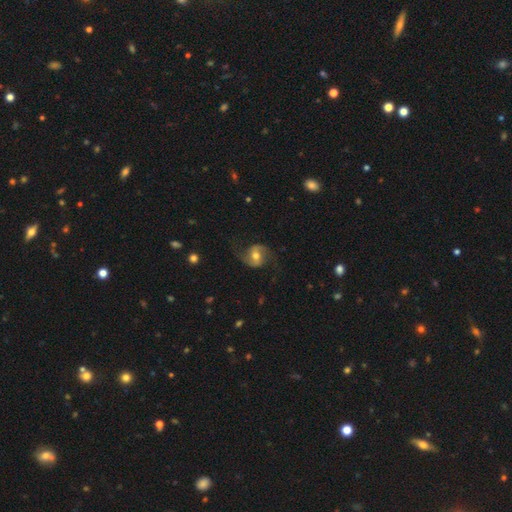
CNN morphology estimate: Q: Smooth or featured?
A: featured or disk (81%); runner-up: smooth (12%)
Q: Edge-on disk?
A: no (97%); runner-up: yes (3%)
Q: Bar?
A: weak (45%); runner-up: no (33%)
Q: Spiral arms?
A: yes (95%); runner-up: no (5%)
Q: Spiral winding?
A: loose (51%); runner-up: medium (40%)
Q: Spiral arm count?
A: 2 (93%); runner-up: can't tell (2%)
Q: Bulge size?
A: moderate (71%); runner-up: small (19%)
Q: Merging?
A: none (75%); runner-up: minor disturbance (15%)